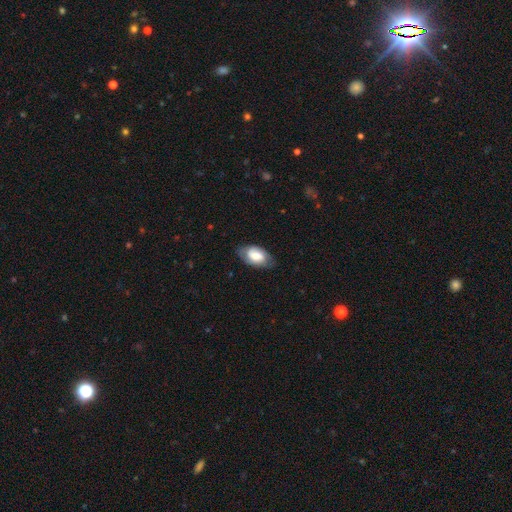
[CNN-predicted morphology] A smooth galaxy with no disk features (59%) that is in between round and cigar-shaped (93%).

Vote fractions:
- Smooth or featured? smooth: 59% / featured or disk: 35% / star or artifact: 7%
- How rounded? in between: 93% / round: 5% / cigar-shaped: 2%
- Merging? none: 74% / minor disturbance: 20% / major disturbance: 5% / merger: 1%